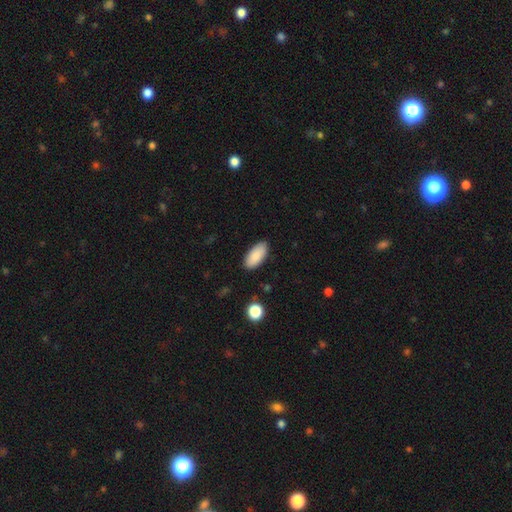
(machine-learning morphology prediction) A smooth galaxy with no disk features (89%) that is in between round and cigar-shaped (92%). Merging: none (88%).